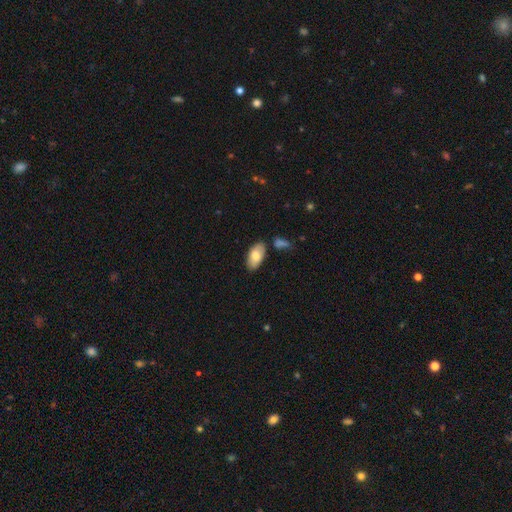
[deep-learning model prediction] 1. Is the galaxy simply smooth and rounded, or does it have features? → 77% smooth, 17% featured or disk, 6% star or artifact.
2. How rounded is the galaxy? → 94% in between, 4% cigar-shaped, 3% round.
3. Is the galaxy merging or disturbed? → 78% none, 14% minor disturbance, 6% merger, 3% major disturbance.